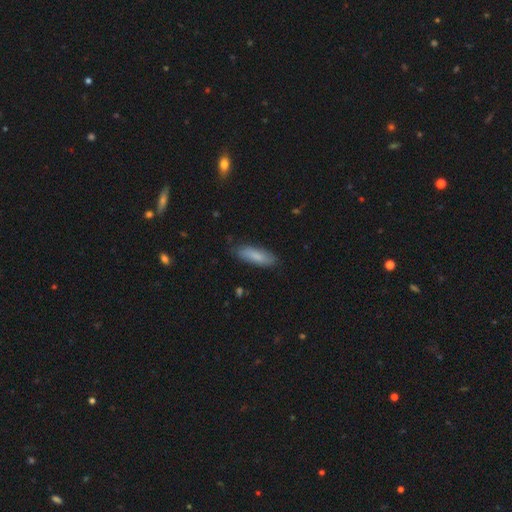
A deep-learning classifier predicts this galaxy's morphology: A smooth galaxy with no disk features (80%) that is cigar-shaped (53%).

Vote fractions:
- Smooth or featured? smooth: 80% / featured or disk: 14% / star or artifact: 6%
- How rounded? cigar-shaped: 53% / in between: 45% / round: 2%
- Merging? none: 83% / minor disturbance: 13% / major disturbance: 2% / merger: 1%